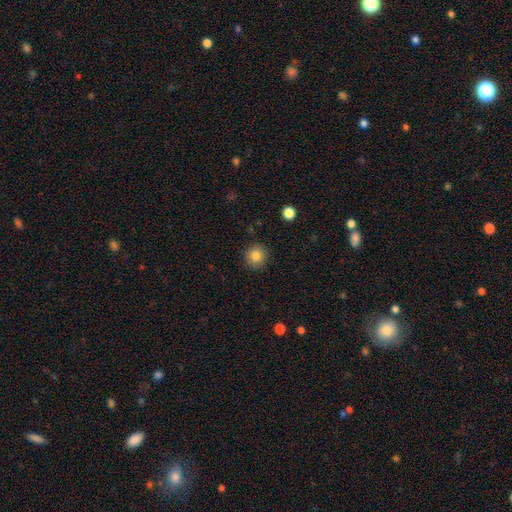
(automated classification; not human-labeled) Smooth or featured? smooth (84%)
How rounded? round (92%)
Merging? none (90%)